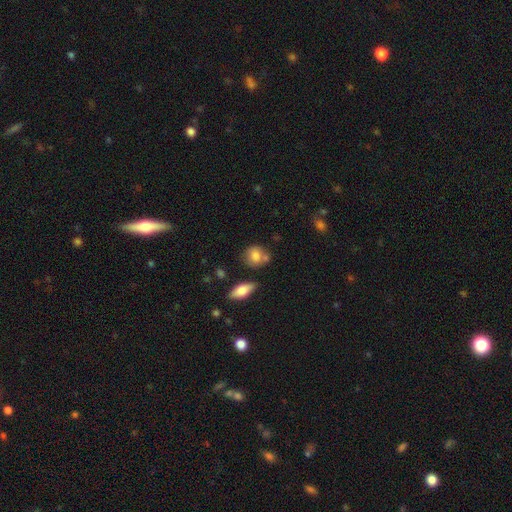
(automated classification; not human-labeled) Smooth or featured? Predicted: smooth (p=0.78). How rounded? Predicted: round (p=0.71). Merging? Predicted: none (p=0.63).